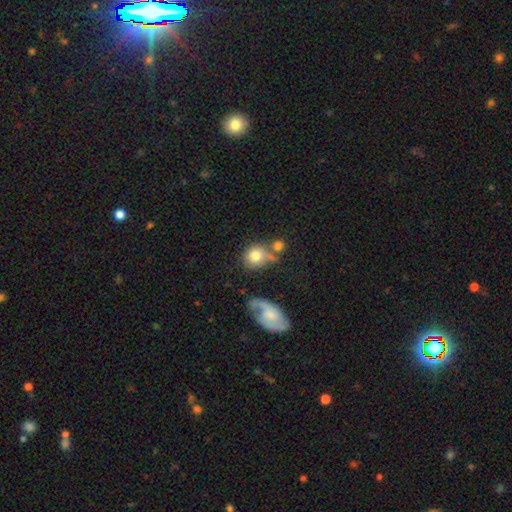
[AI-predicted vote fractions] smooth-or-featured: smooth: 75% | featured or disk: 16% | star or artifact: 9%
  how-rounded: round: 74% | in between: 25% | cigar-shaped: 2%
  merging: none: 45% | merger: 26% | minor disturbance: 18% | major disturbance: 11%